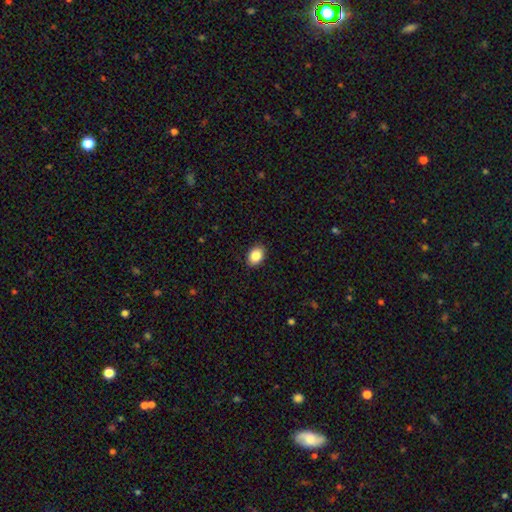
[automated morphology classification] The model was most divided on "how rounded": in between: 75%, round: 24%, cigar-shaped: 1%. More confident: merging — none (89%); smooth or featured — smooth (87%).